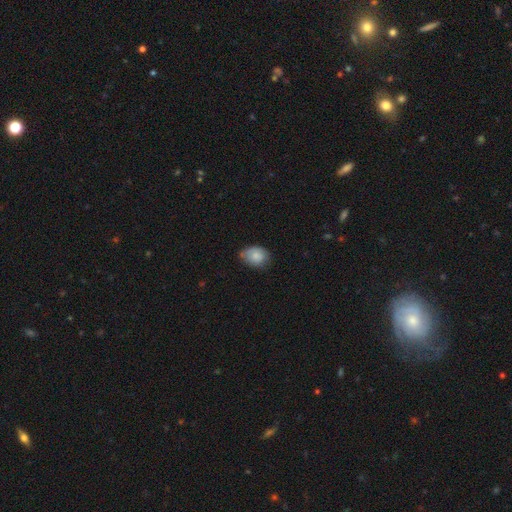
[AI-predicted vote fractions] smooth-or-featured: smooth: 81% | featured or disk: 11% | star or artifact: 7%
  how-rounded: in between: 68% | round: 31% | cigar-shaped: 1%
  merging: none: 57% | minor disturbance: 35% | major disturbance: 6% | merger: 2%